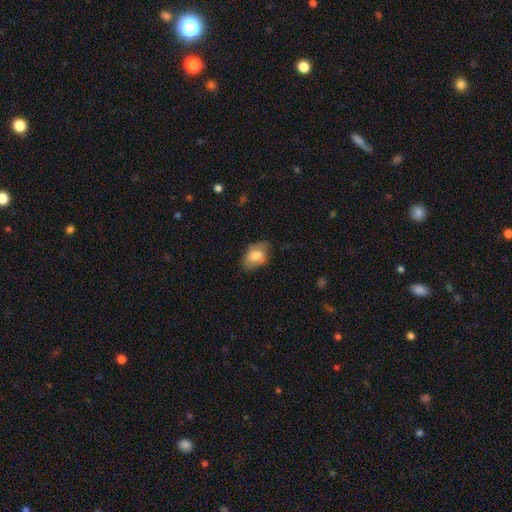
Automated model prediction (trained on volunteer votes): The model was most divided on "merging": none: 64%, minor disturbance: 27%, major disturbance: 8%, merger: 1%. More confident: how rounded — in between (87%); smooth or featured — smooth (74%).